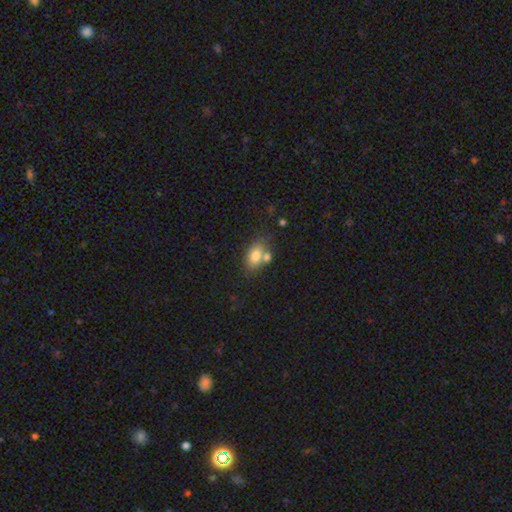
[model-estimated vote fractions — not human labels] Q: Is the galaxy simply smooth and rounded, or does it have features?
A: smooth — 78%.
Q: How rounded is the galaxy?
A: in between — 83%.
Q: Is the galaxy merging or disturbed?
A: none — 53%.